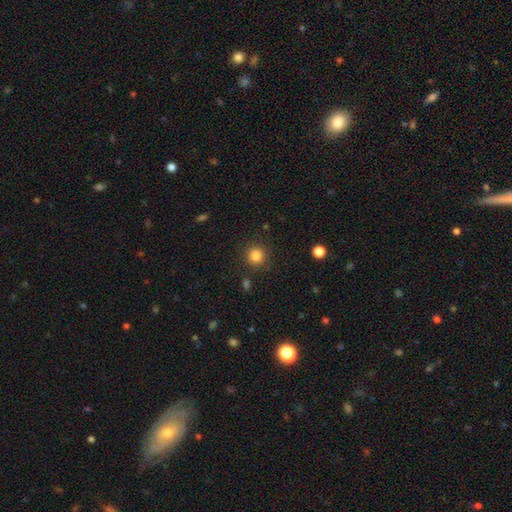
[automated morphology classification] Overall: smooth (85%). How rounded: round (94%). Merging: none (88%).